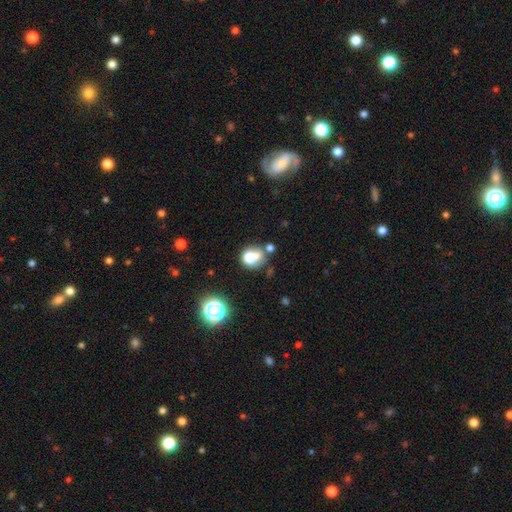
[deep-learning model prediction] Q: Smooth or featured?
A: smooth (68%); runner-up: featured or disk (17%)
Q: How rounded?
A: round (65%); runner-up: in between (34%)
Q: Merging?
A: none (40%); runner-up: merger (31%)